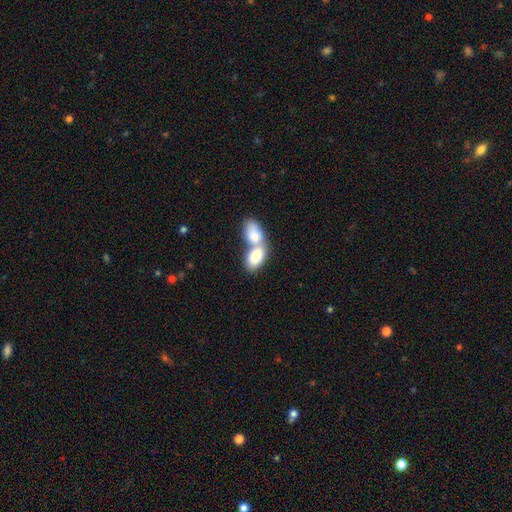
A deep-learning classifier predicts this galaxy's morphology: Overall: smooth (81%). How rounded: in between (92%). Merging: merger (76%).